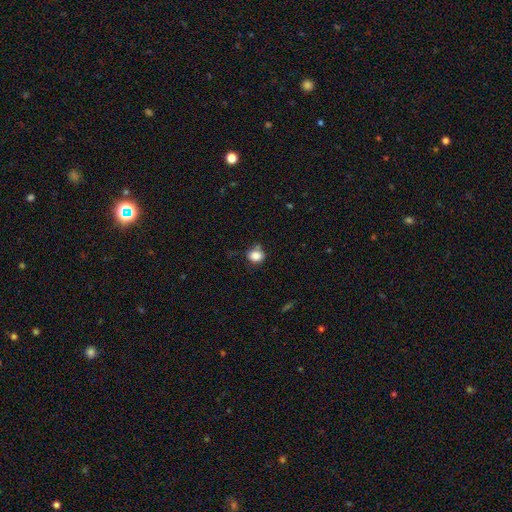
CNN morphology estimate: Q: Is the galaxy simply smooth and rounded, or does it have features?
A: smooth — 85%.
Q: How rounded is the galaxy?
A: round — 63%.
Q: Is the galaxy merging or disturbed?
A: none — 65%.